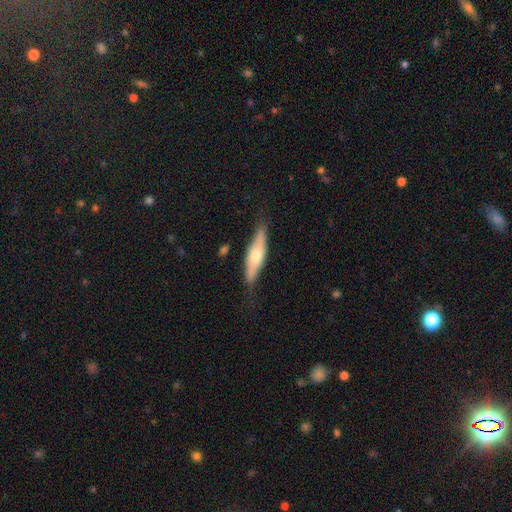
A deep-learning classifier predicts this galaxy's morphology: Smooth or featured?
  - smooth: 48% *
  - featured or disk: 46%
  - star or artifact: 6%
Merging?
  - none: 75% *
  - minor disturbance: 19%
  - major disturbance: 5%
  - merger: 2%